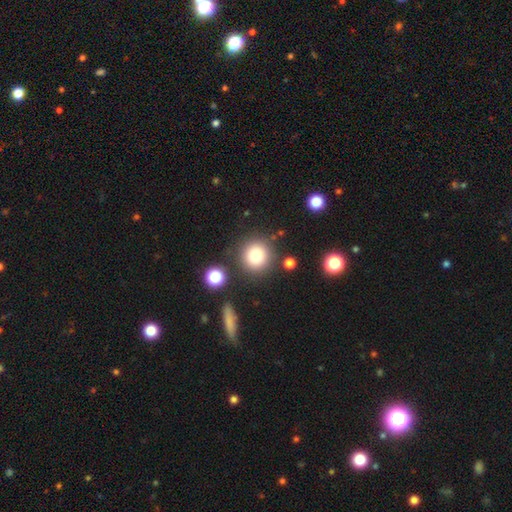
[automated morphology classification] This appears to be a smooth galaxy with no disk features (79%) that is round (93%). Merging: none (83%).